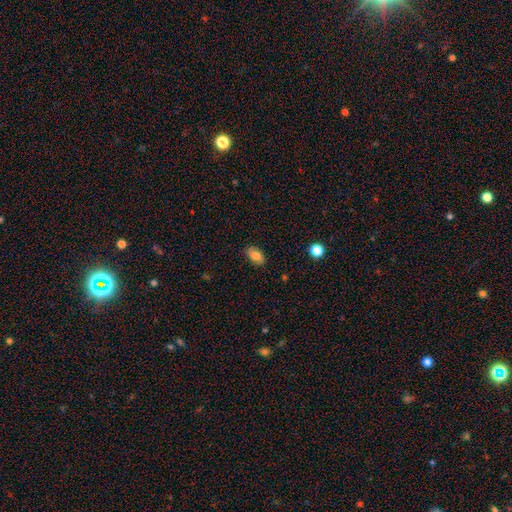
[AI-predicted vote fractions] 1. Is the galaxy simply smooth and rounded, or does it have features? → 81% smooth, 11% featured or disk, 8% star or artifact.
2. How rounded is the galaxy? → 90% in between, 7% round, 3% cigar-shaped.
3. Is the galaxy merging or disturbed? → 85% none, 12% minor disturbance, 2% major disturbance, 1% merger.